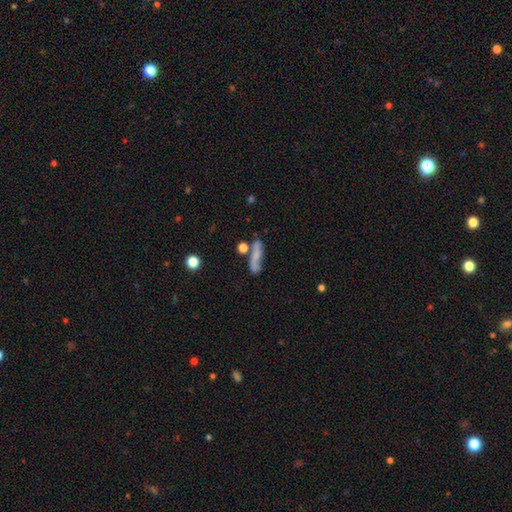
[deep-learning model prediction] Smooth or featured?
  - smooth: 57% *
  - featured or disk: 32%
  - star or artifact: 11%
How rounded?
  - cigar-shaped: 65% *
  - in between: 30%
  - round: 6%
Merging?
  - none: 50% *
  - minor disturbance: 21%
  - merger: 17%
  - major disturbance: 12%